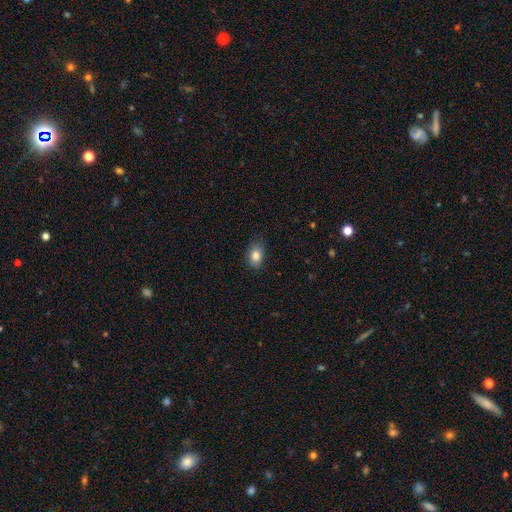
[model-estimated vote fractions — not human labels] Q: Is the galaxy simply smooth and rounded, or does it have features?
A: smooth — 85%.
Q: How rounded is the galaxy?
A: in between — 81%.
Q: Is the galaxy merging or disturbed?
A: none — 82%.